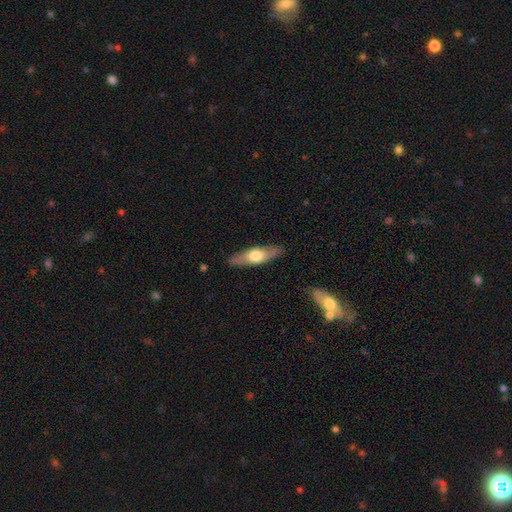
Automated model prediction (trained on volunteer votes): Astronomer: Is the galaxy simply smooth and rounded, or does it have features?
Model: smooth — 52% (runner-up: featured or disk, 43%).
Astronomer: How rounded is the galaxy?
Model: cigar-shaped — 50% (runner-up: in between, 47%).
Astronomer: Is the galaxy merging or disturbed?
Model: none — 86%.